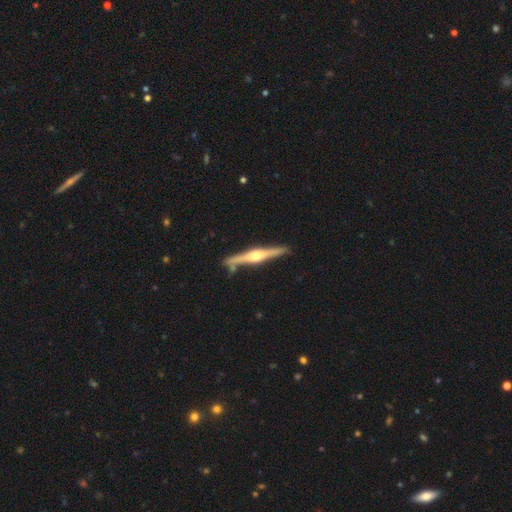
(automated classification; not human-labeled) Smooth or featured? featured or disk (80%)
Edge-on disk? yes (98%)
Edge-on bulge? rounded (92%)
Merging? none (84%)